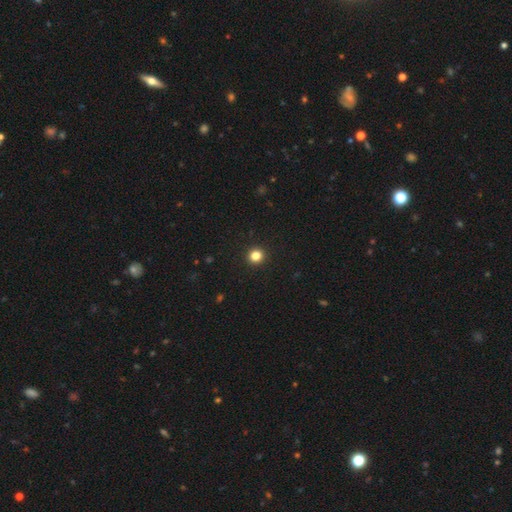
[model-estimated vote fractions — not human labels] Morphology: type=smooth (83%); roundness=round (92%); merging=none (94%).